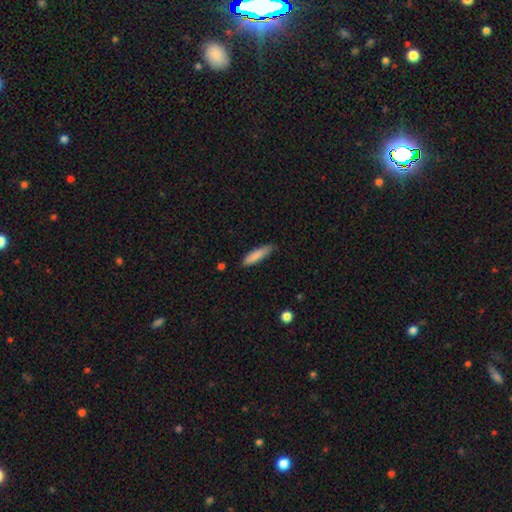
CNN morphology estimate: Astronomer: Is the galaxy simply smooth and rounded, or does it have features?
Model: smooth — 86%.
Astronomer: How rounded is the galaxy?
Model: cigar-shaped — 74%.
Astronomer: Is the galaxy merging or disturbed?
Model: none — 77%.